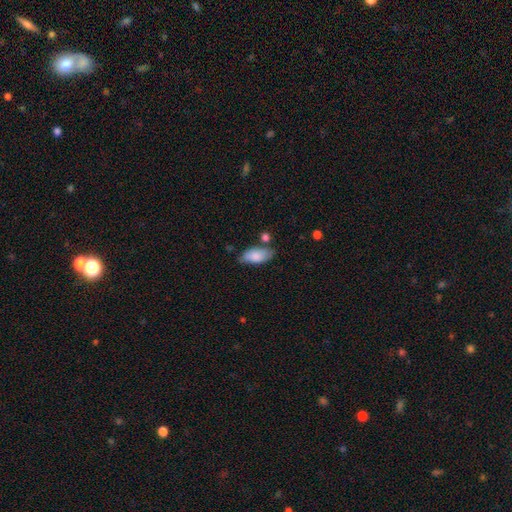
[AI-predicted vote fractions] Smooth or featured? smooth (83%)
How rounded? in between (88%)
Merging? none (68%)